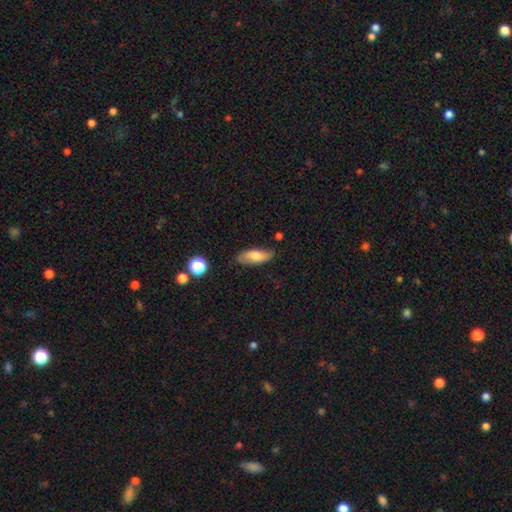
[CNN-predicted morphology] This is likely a smooth galaxy (70%). How rounded: likely in between (70%). Merging: likely none (74%).